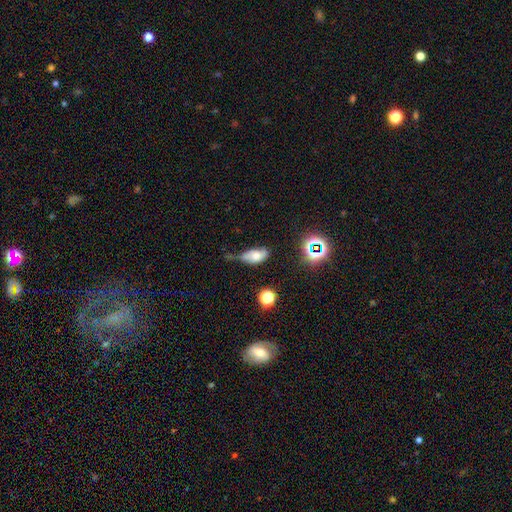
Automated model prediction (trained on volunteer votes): Smooth or featured? Predicted: smooth (p=0.60). How rounded? Predicted: in between (p=0.85). Merging? Predicted: minor disturbance (p=0.40).